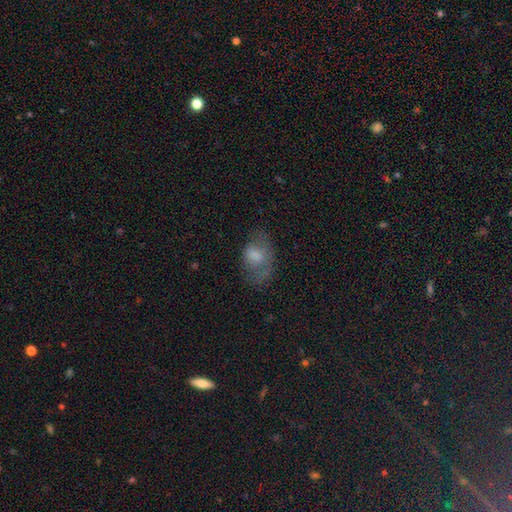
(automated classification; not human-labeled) The model was most divided on "merging": none: 45%, minor disturbance: 27%, major disturbance: 25%, merger: 2%. More confident: how rounded — in between (83%); smooth or featured — smooth (60%).